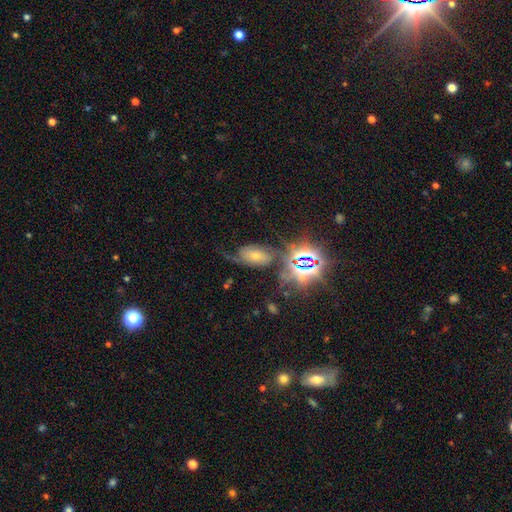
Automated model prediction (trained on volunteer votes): Smooth or featured? Predicted: star or artifact (p=0.43).